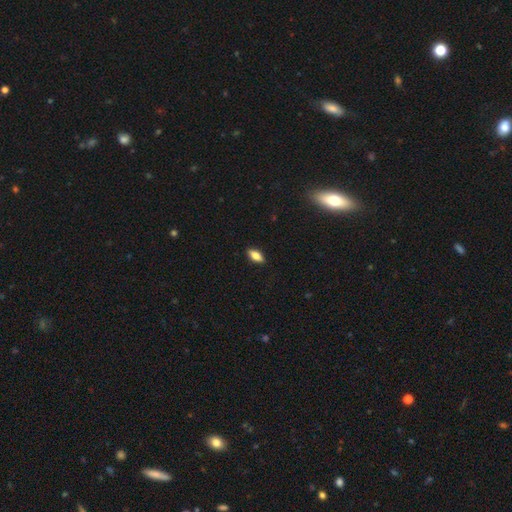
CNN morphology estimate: This appears to be a smooth galaxy with no disk features (74%) that is in between round and cigar-shaped (82%). Merging: none (88%).